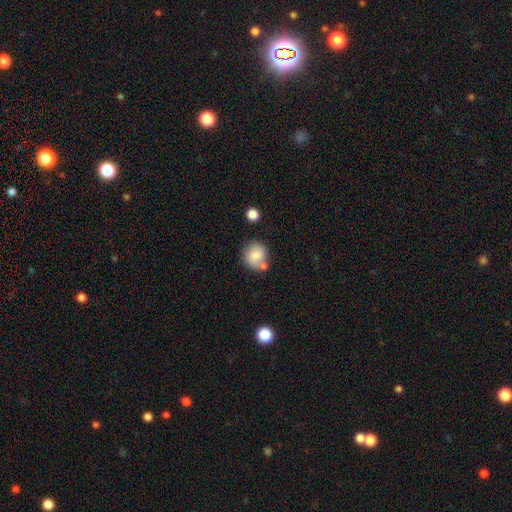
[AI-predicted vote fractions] Overall: smooth (81%). How rounded: round (84%). Merging: none (63%).